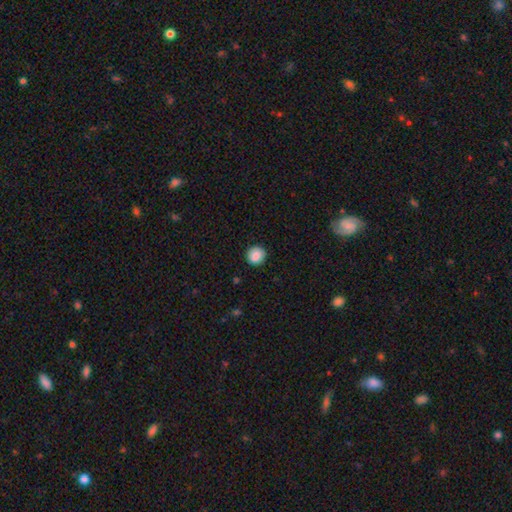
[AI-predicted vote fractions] This is clearly a smooth galaxy (88%). How rounded: clearly round (92%). Merging: clearly none (89%).